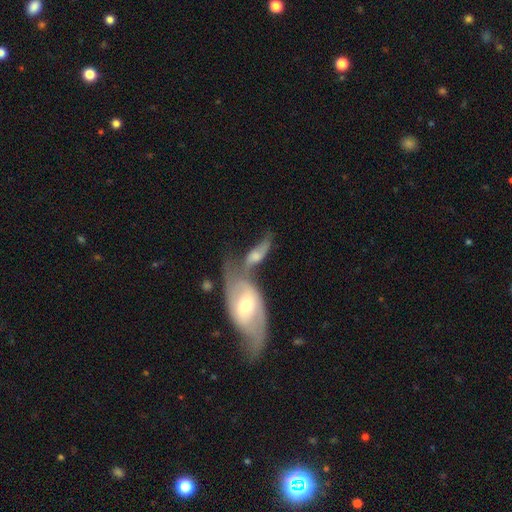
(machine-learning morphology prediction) Smooth or featured? featured or disk (52%)
Edge-on disk? no (81%)
Merging? merger (61%)